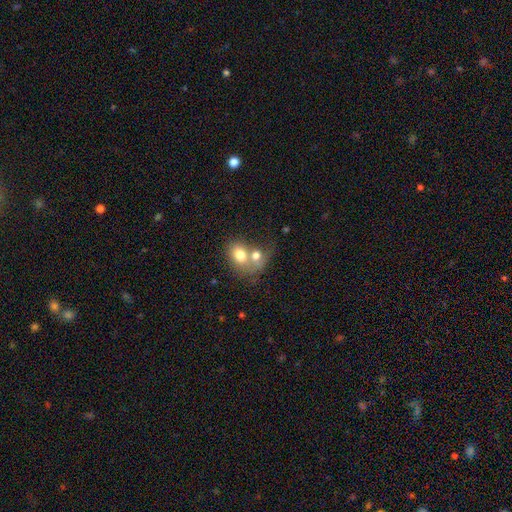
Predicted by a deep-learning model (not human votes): This appears to be a smooth galaxy with no disk features (71%) that is in between round and cigar-shaped (54%). Merging: merger (71%).